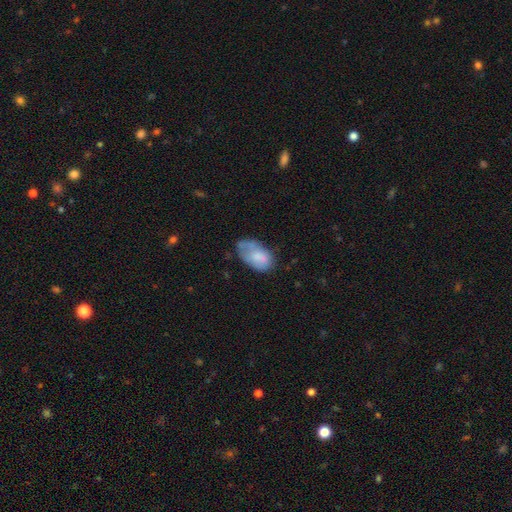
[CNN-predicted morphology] This is likely a smooth galaxy (69%). How rounded: clearly in between (93%). Merging: marginally none (37%).